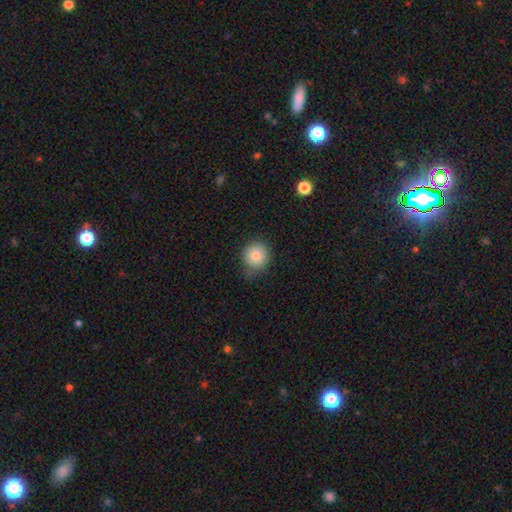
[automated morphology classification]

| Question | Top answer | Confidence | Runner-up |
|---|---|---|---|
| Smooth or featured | smooth | 82% | star or artifact (10%) |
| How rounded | round | 90% | in between (9%) |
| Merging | none | 70% | minor disturbance (24%) |